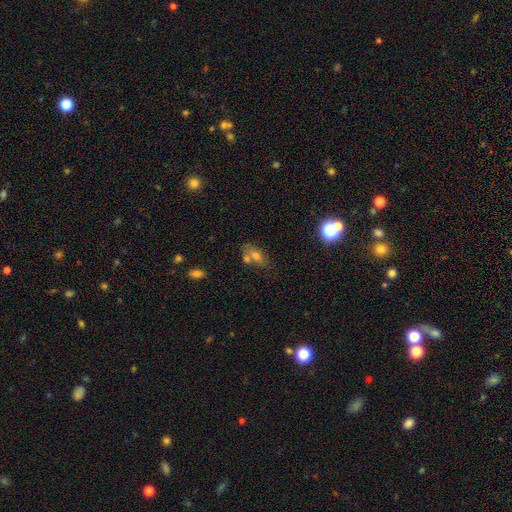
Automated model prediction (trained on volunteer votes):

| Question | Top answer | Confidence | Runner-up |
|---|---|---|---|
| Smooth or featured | smooth | 61% | featured or disk (23%) |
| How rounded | in between | 81% | round (13%) |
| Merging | none | 50% | merger (30%) |